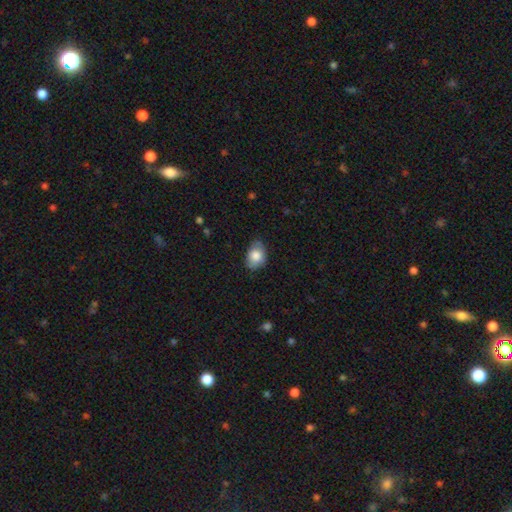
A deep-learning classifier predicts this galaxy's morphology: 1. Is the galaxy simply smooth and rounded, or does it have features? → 80% smooth, 12% featured or disk, 7% star or artifact.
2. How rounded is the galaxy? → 78% in between, 21% round, 1% cigar-shaped.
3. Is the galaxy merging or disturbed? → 67% none, 26% minor disturbance, 5% major disturbance, 1% merger.